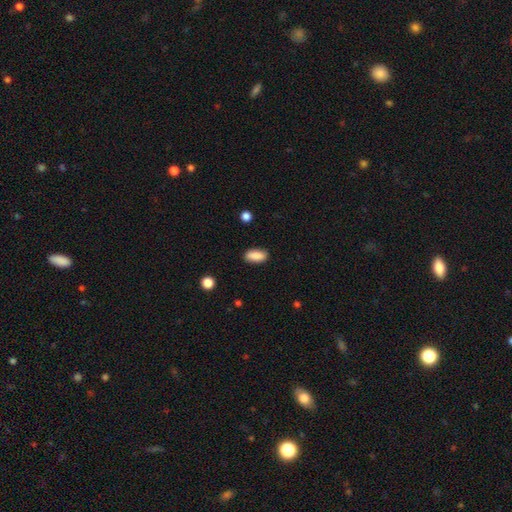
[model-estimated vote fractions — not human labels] Overall: smooth (88%). How rounded: in between (83%). Merging: none (87%).